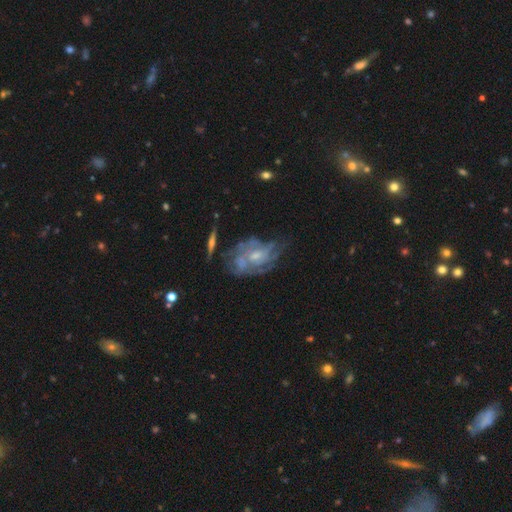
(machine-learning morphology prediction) Smooth or featured: featured or disk — 76% (smooth — 15%)
Edge-on disk: no — 96% (yes — 4%)
Bar: no — 65% (weak — 30%)
Spiral arms: yes — 71% (no — 29%)
Spiral winding: tight — 47% (medium — 36%)
Spiral arm count: can't tell — 55% (2 — 16%)
Bulge size: small — 47% (moderate — 41%)
Merging: none — 42% (minor disturbance — 24%)